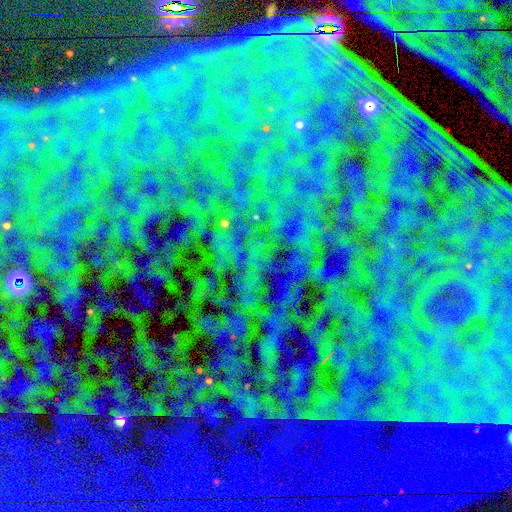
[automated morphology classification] Smooth or featured? star or artifact (84%)